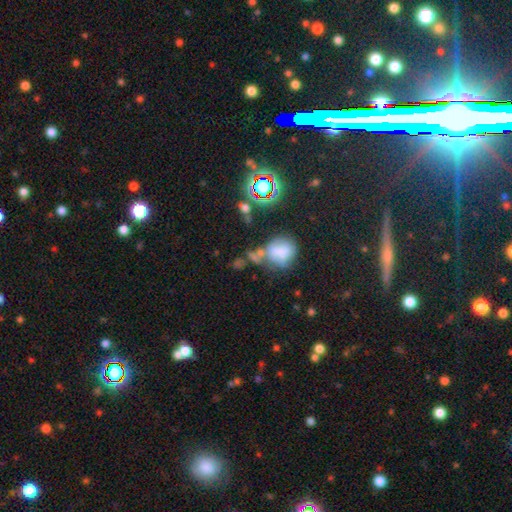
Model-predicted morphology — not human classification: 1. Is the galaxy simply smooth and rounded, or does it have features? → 51% smooth, 29% star or artifact, 20% featured or disk.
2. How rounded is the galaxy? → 54% round, 43% in between, 3% cigar-shaped.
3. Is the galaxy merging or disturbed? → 39% none, 22% minor disturbance, 22% merger, 17% major disturbance.